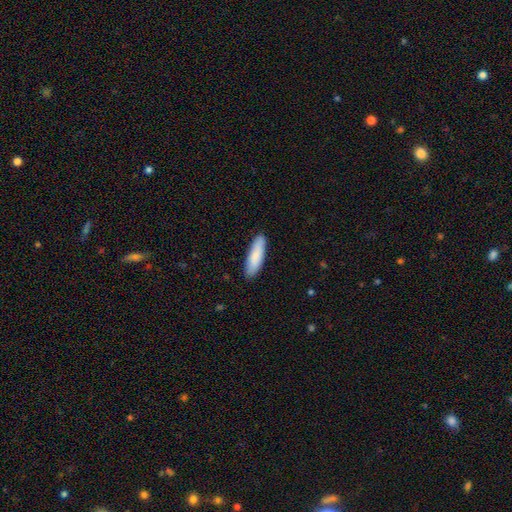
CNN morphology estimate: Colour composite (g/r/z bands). It shows a smooth galaxy with no disk features (86%) that is cigar-shaped (60%). Merging: none (89%).